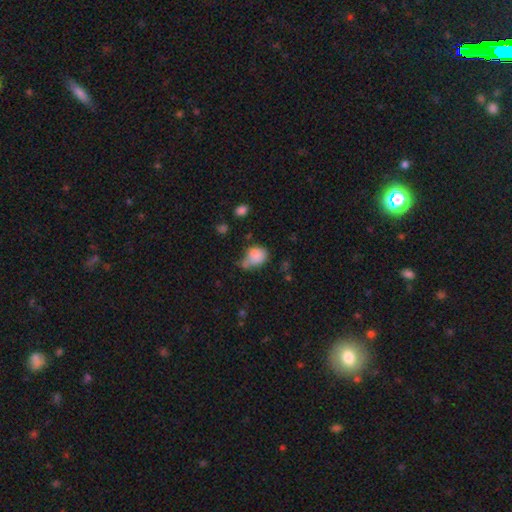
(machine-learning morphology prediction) A smooth galaxy with no disk features (82%) that is in between round and cigar-shaped (55%).

Vote fractions:
- Smooth or featured? smooth: 82% / star or artifact: 10% / featured or disk: 8%
- How rounded? in between: 55% / round: 44% / cigar-shaped: 1%
- Merging? none: 35% (tied) / minor disturbance: 35% (tied) / major disturbance: 16% / merger: 14%